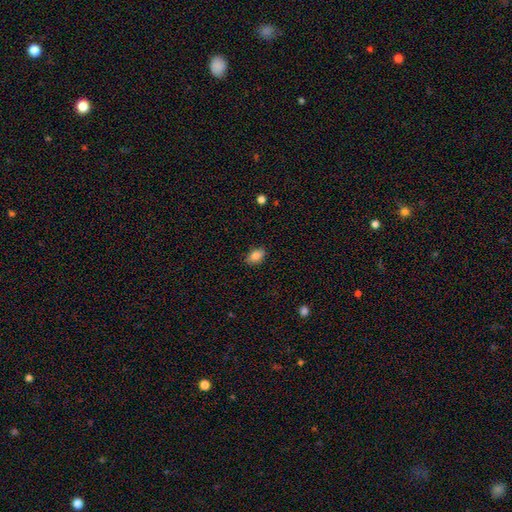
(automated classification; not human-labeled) smooth_or_featured: smooth (p=0.84) [alt: star or artifact p=0.09]
how_rounded: in between (p=0.86) [alt: round p=0.12]
merging: none (p=0.85) [alt: minor disturbance p=0.11]